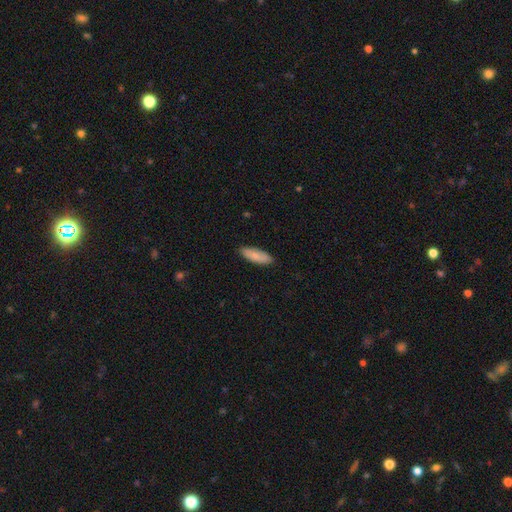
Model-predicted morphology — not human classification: smooth_or_featured: smooth (p=0.82) [alt: featured or disk p=0.12]
how_rounded: in between (p=0.67) [alt: cigar-shaped p=0.32]
merging: none (p=0.87) [alt: minor disturbance p=0.10]